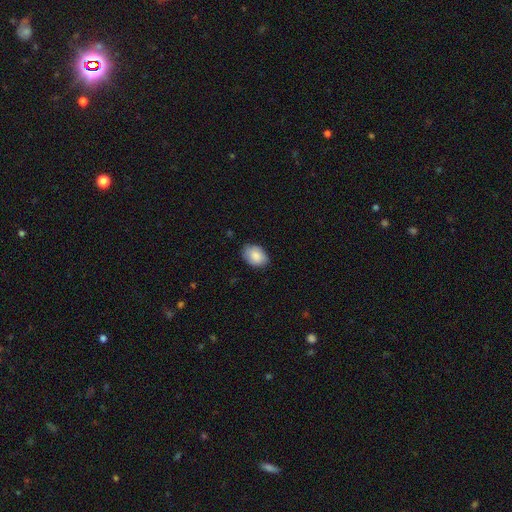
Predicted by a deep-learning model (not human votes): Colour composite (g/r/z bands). It shows a smooth galaxy with no disk features (86%) that is in between round and cigar-shaped (81%). Merging: none (80%).